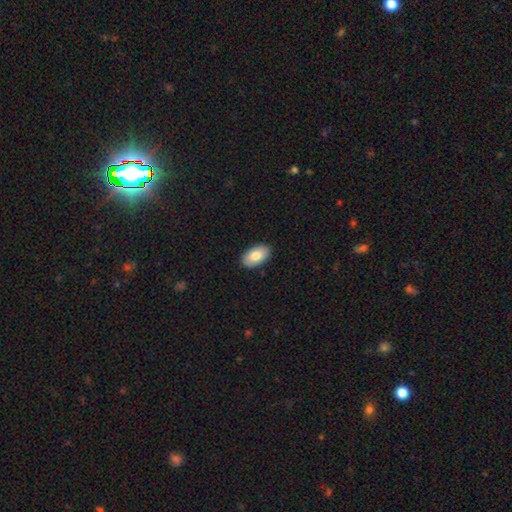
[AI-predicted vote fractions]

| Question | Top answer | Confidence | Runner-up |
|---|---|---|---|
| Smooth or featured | smooth | 82% | featured or disk (12%) |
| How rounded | in between | 95% | round (4%) |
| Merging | none | 89% | minor disturbance (8%) |